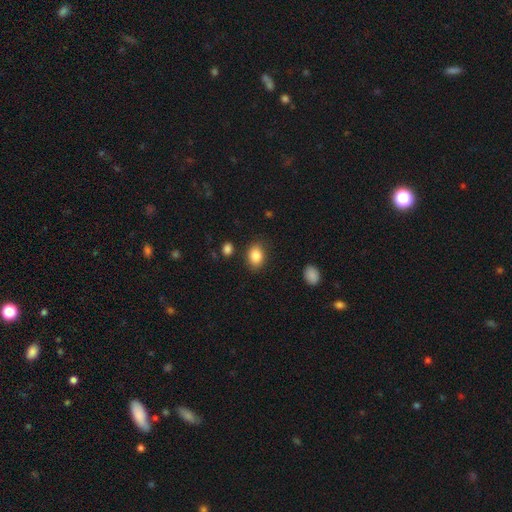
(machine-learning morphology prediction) This appears to be a smooth galaxy with no disk features (86%) that is in between round and cigar-shaped (69%). Merging: none (83%).